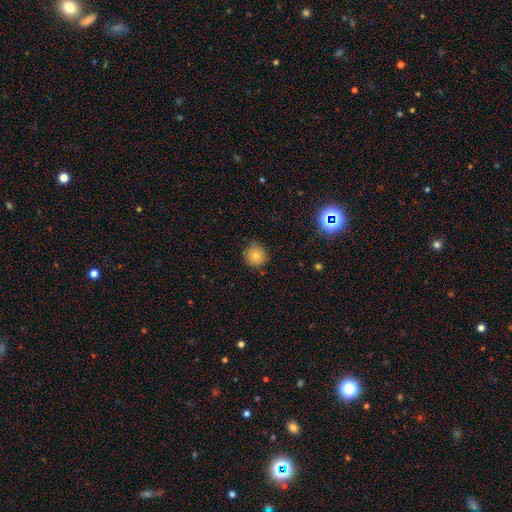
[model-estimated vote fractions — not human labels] A smooth galaxy with no disk features (78%) that is round (94%).

Vote fractions:
- Smooth or featured? smooth: 78% / star or artifact: 12% / featured or disk: 10%
- How rounded? round: 94% / in between: 5% / cigar-shaped: 1%
- Merging? none: 85% / minor disturbance: 12% / major disturbance: 2% / merger: 1%